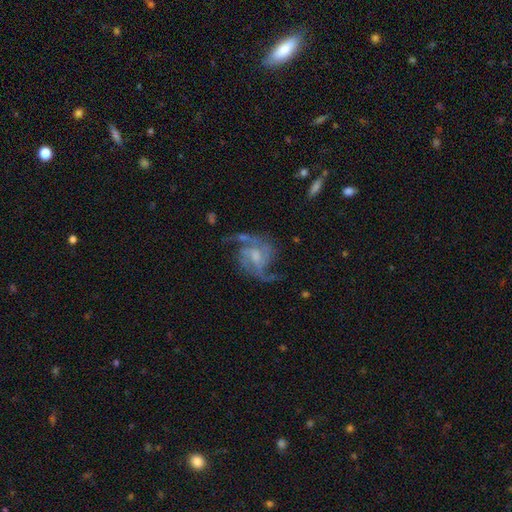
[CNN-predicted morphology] The model was most divided on "bulge size": moderate: 41%, small: 38%, none: 14%, large: 5%, dominant: 1%. Remaining: edge-on disk — no (98%); spiral arms — yes (96%); smooth or featured — featured or disk (88%); spiral arm count — 2 (64%); merging — none (60%); spiral winding — medium (50%); bar — weak (48%).